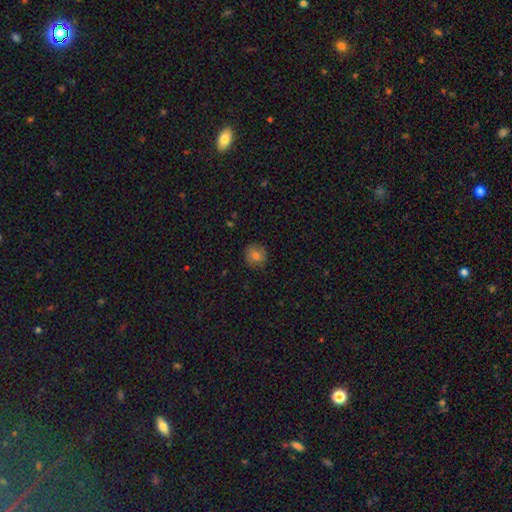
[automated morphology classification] smooth-or-featured: smooth: 76% | featured or disk: 12% | star or artifact: 12%
  how-rounded: round: 87% | in between: 12% | cigar-shaped: 1%
  merging: none: 84% | minor disturbance: 13% | major disturbance: 2% | merger: 1%